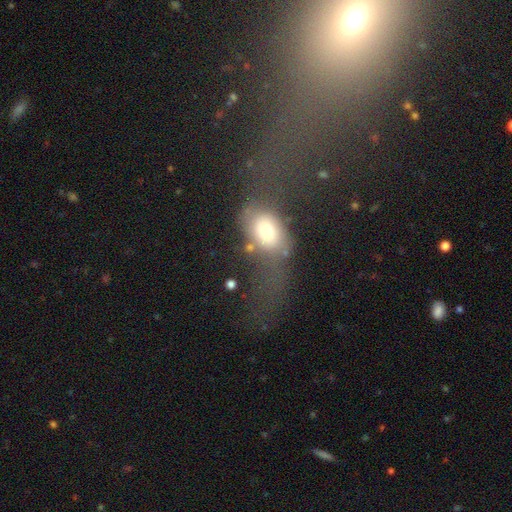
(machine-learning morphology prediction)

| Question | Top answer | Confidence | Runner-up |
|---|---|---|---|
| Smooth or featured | featured or disk | 46% | smooth (34%) |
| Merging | major disturbance | 43% | merger (26%) |